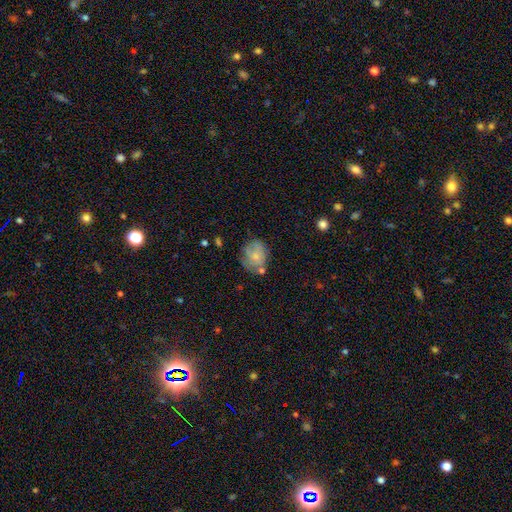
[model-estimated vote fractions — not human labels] Smooth or featured? Predicted: smooth (p=0.58). How rounded? Predicted: round (p=0.62). Merging? Predicted: none (p=0.53).